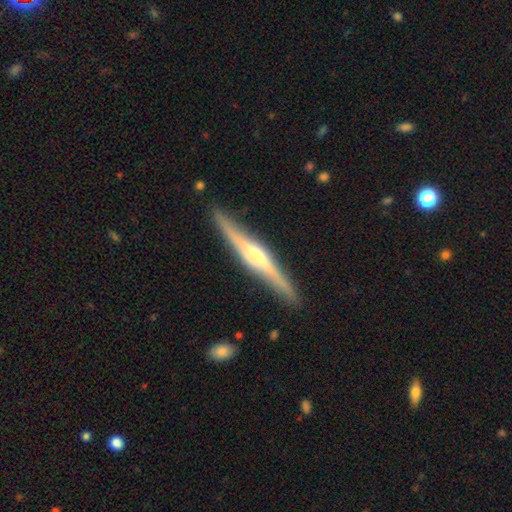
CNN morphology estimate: Smooth or featured? featured or disk (74%)
Edge-on disk? yes (97%)
Edge-on bulge? rounded (61%)
Merging? none (87%)